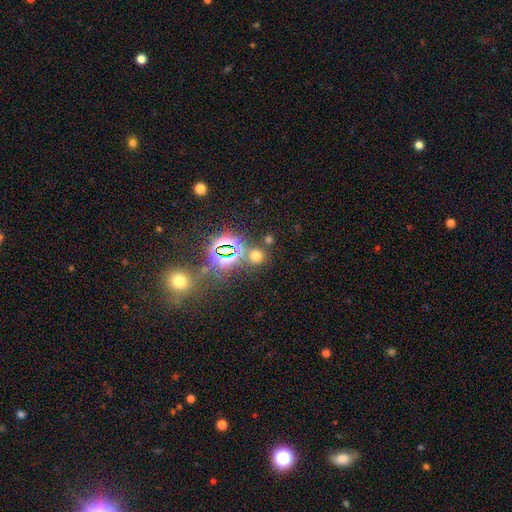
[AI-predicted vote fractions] smooth_or_featured: smooth (p=0.53) [alt: star or artifact p=0.40]
how_rounded: round (p=0.86) [alt: in between p=0.13]
merging: none (p=0.78) [alt: merger p=0.10]